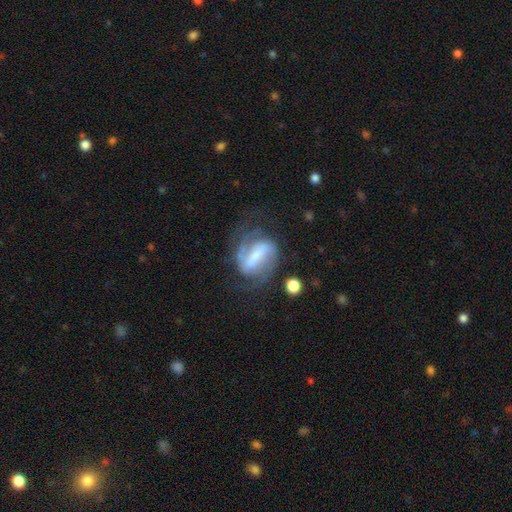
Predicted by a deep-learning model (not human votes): featured or disk 82%, smooth 11%, star or artifact 6%. Down the decision tree: edge-on disk — no (96%); bar — strong (63%); spiral arms — yes (92%); spiral arm count — 2 (84%); spiral winding — medium (51%); bulge size — small (41%); merging — none (61%).